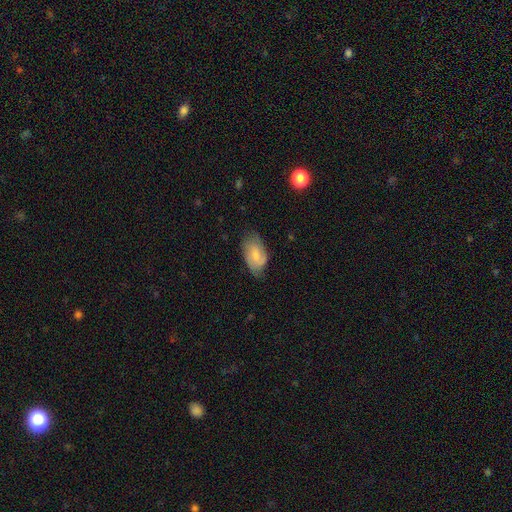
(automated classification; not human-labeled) Q: Smooth or featured?
A: featured or disk (47%); runner-up: smooth (46%)
Q: Merging?
A: none (62%); runner-up: minor disturbance (29%)